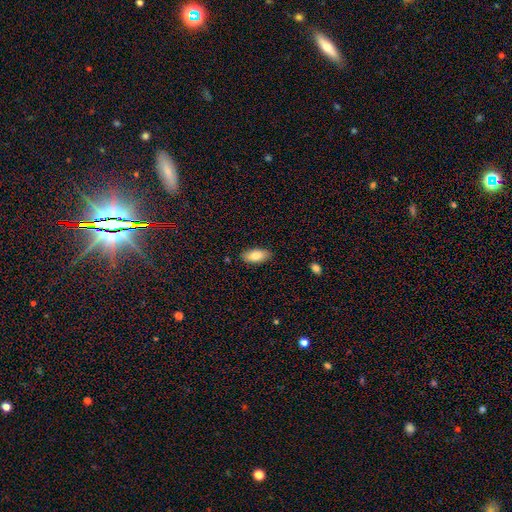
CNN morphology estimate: Smooth or featured?
  - smooth: 81% *
  - featured or disk: 12%
  - star or artifact: 7%
How rounded?
  - in between: 90% *
  - cigar-shaped: 8%
  - round: 2%
Merging?
  - none: 87% *
  - minor disturbance: 10%
  - major disturbance: 2%
  - merger: 1%